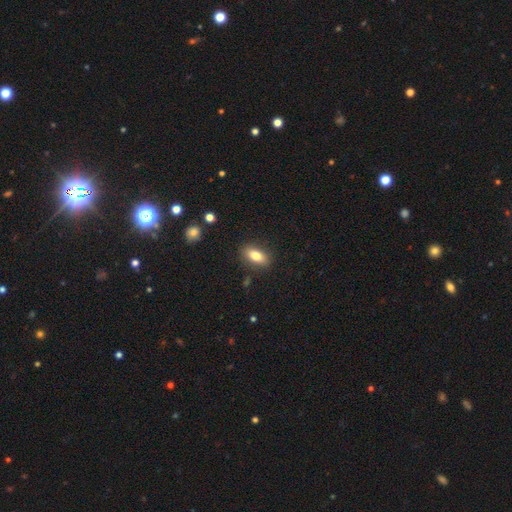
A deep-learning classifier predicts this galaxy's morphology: smooth-or-featured: smooth: 82% | featured or disk: 10% | star or artifact: 8%
  how-rounded: in between: 85% | cigar-shaped: 9% | round: 6%
  merging: none: 86% | minor disturbance: 10% | major disturbance: 3% | merger: 2%